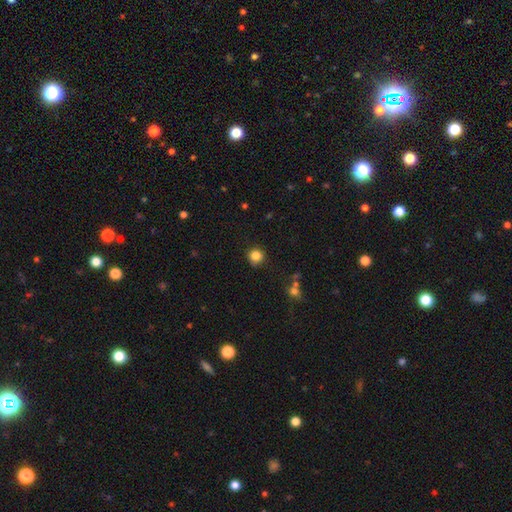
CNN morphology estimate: smooth 84%, star or artifact 12%, featured or disk 5%. Down the decision tree: how rounded — round (92%); merging — none (86%).